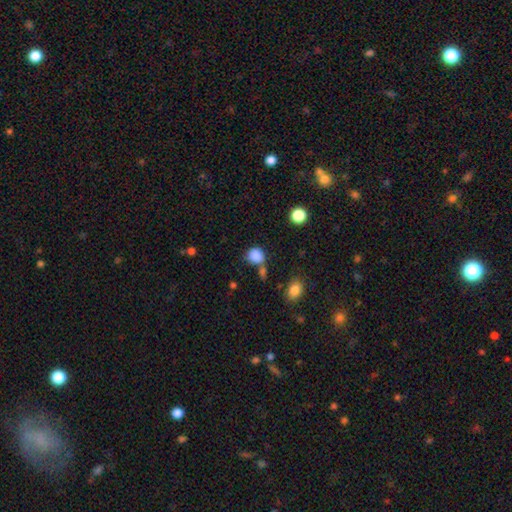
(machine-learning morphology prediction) smooth_or_featured: smooth (p=0.85) [alt: star or artifact p=0.11]
how_rounded: round (p=0.76) [alt: in between p=0.23]
merging: none (p=0.60) [alt: merger p=0.17]